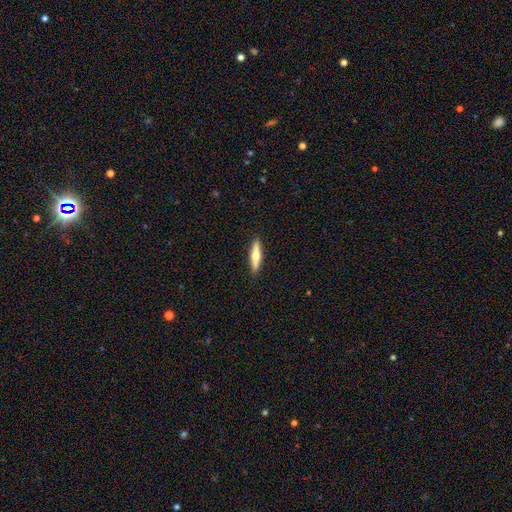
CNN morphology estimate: smooth 48%, featured or disk 47%, star or artifact 5%. Down the decision tree: merging — none (91%).